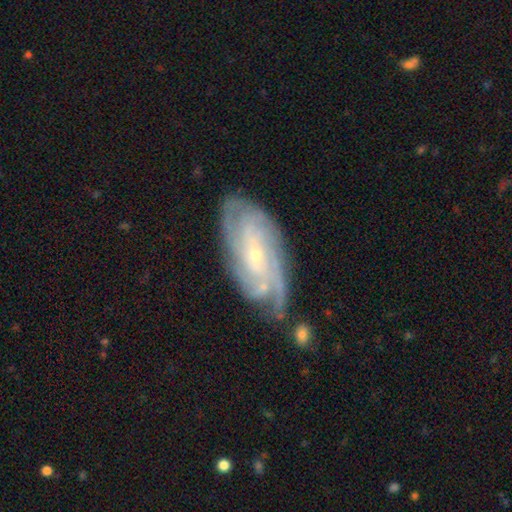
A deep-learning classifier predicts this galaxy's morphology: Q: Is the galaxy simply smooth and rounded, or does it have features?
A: featured or disk — 85%.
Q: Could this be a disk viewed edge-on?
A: no — 94%.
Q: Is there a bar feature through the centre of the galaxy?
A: no — 62%.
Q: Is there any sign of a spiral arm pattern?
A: yes — 96%.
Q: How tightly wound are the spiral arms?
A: tight — 65%.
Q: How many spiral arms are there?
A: can't tell — 29%.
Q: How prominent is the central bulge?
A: small — 78%.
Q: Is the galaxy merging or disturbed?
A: none — 67%.